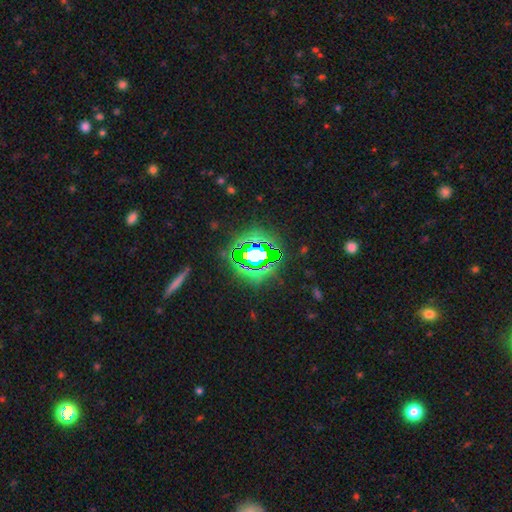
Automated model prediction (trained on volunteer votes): smooth_or_featured: star or artifact (p=0.73) [alt: smooth p=0.14]